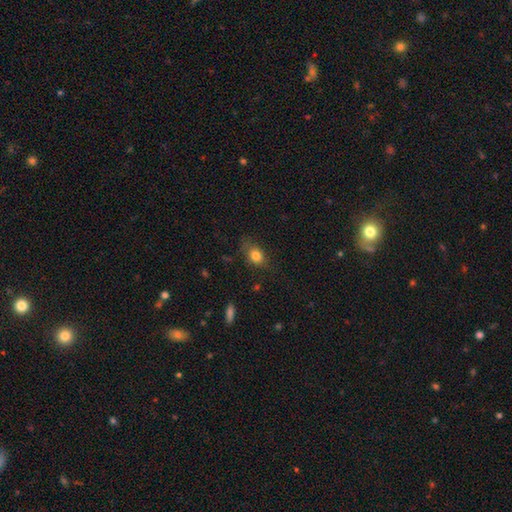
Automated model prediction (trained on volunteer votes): Smooth or featured? Predicted: smooth (p=0.82). How rounded? Predicted: in between (p=0.62). Merging? Predicted: none (p=0.66).